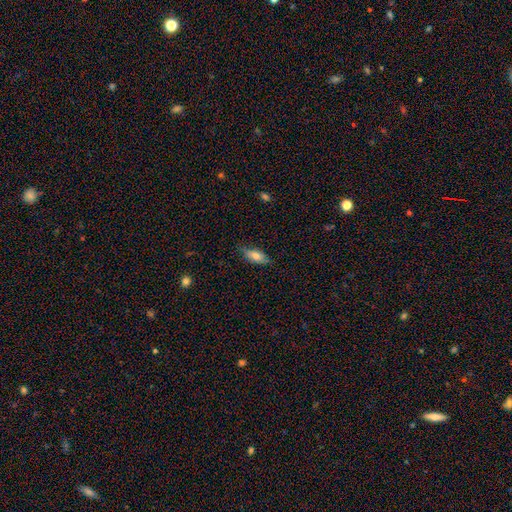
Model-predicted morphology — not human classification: type=smooth (74%); roundness=in between (76%); merging=none (75%).